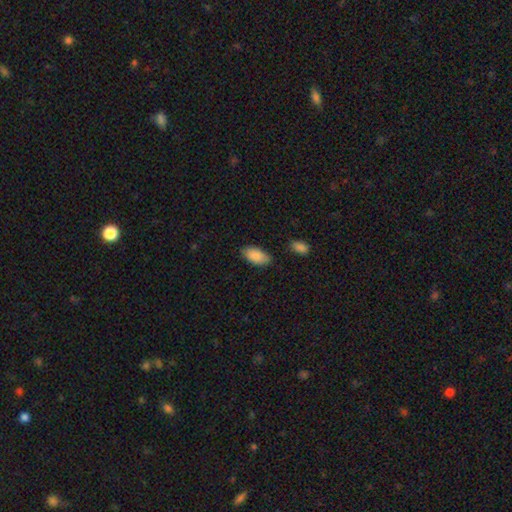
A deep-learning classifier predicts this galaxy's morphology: This is clearly a smooth galaxy (89%). How rounded: clearly in between (93%). Merging: likely none (77%).